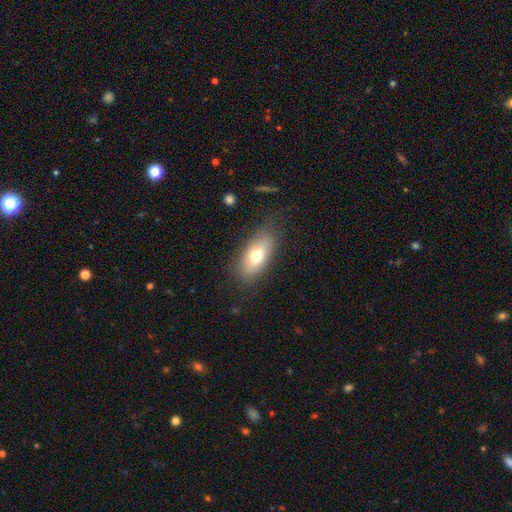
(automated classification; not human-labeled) Smooth or featured? Predicted: smooth (p=0.68). How rounded? Predicted: in between (p=0.82). Merging? Predicted: none (p=0.78).